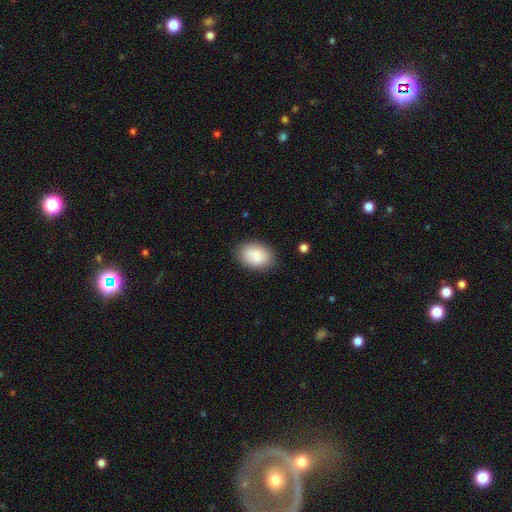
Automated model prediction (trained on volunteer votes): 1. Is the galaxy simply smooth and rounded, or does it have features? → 85% smooth, 8% featured or disk, 7% star or artifact.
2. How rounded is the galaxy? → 82% in between, 17% round, 1% cigar-shaped.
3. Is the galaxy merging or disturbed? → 81% none, 14% minor disturbance, 3% major disturbance, 2% merger.